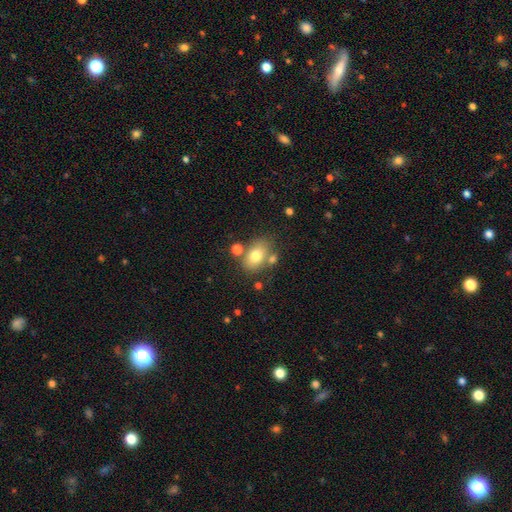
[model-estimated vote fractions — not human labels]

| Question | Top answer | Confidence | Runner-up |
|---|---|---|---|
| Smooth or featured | smooth | 75% | featured or disk (15%) |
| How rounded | in between | 79% | round (20%) |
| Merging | none | 67% | minor disturbance (15%) |